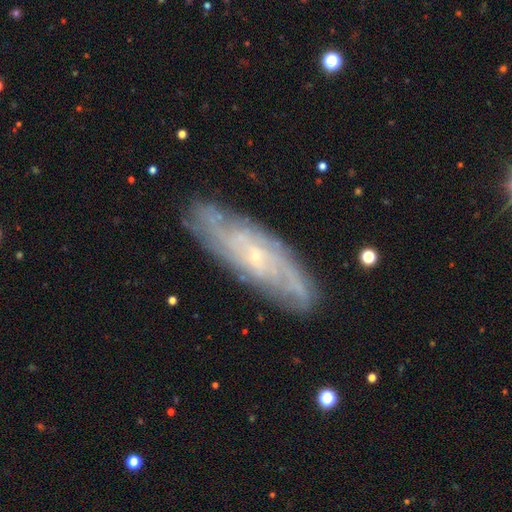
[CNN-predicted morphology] This is likely a featured or disk galaxy (80%). It is likely not viewed edge-on (79%). Bar: likely no (67%). Spiral arm pattern: clearly yes (92%). Spiral arm count: possibly can't tell (49%). Spiral winding: likely tight (63%). Central bulge: clearly small (81%). Merging: clearly none (83%).